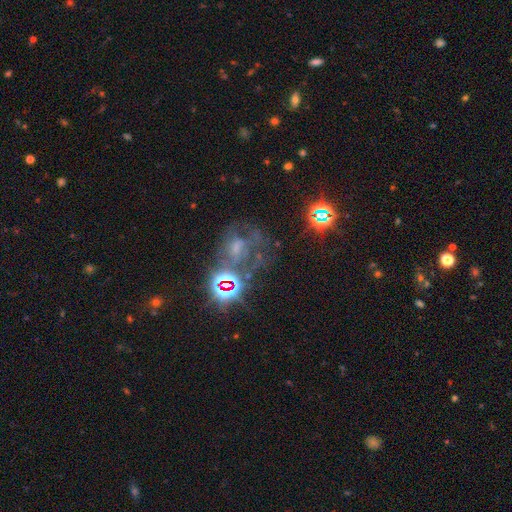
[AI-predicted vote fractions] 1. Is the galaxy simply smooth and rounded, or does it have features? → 41% star or artifact, 33% smooth, 26% featured or disk.